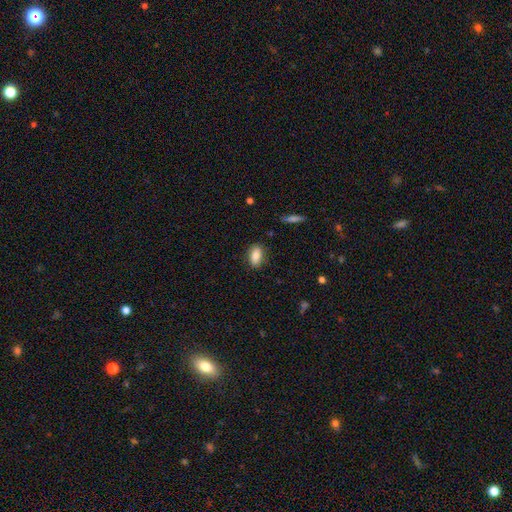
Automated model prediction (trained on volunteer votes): Q: Smooth or featured?
A: smooth (82%); runner-up: featured or disk (10%)
Q: How rounded?
A: in between (87%); runner-up: cigar-shaped (7%)
Q: Merging?
A: none (83%); runner-up: minor disturbance (13%)